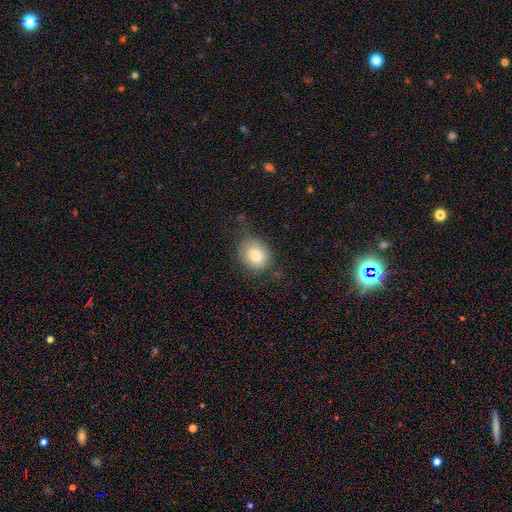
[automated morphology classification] The model was most divided on "how rounded": round: 60%, in between: 40%, cigar-shaped: 1%. More confident: smooth or featured — smooth (81%); merging — none (69%).